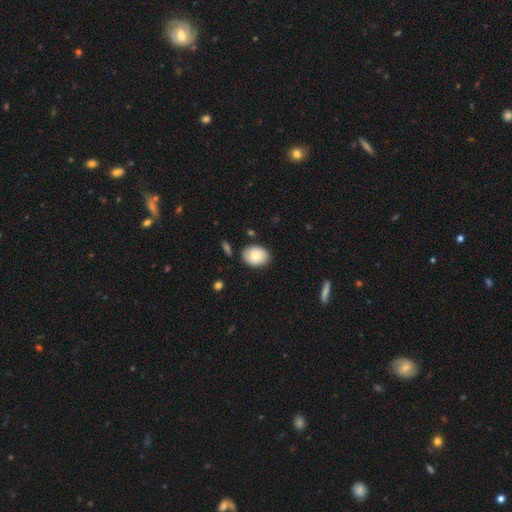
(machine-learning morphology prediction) smooth 82%, featured or disk 11%, star or artifact 7%. Down the decision tree: how rounded — in between (74%); merging — none (82%).